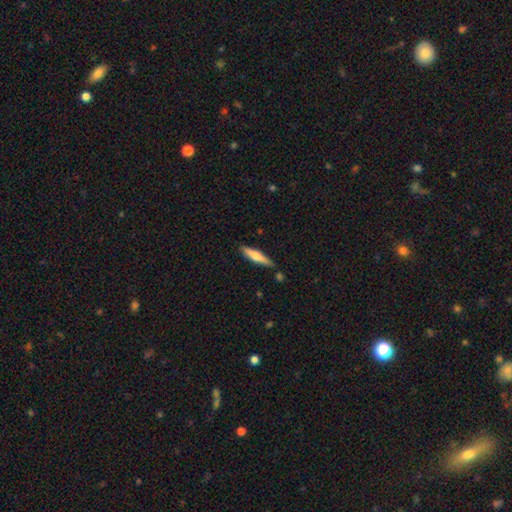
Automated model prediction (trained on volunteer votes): Q: Smooth or featured?
A: smooth (55%); runner-up: featured or disk (40%)
Q: How rounded?
A: cigar-shaped (84%); runner-up: in between (15%)
Q: Merging?
A: none (79%); runner-up: minor disturbance (15%)